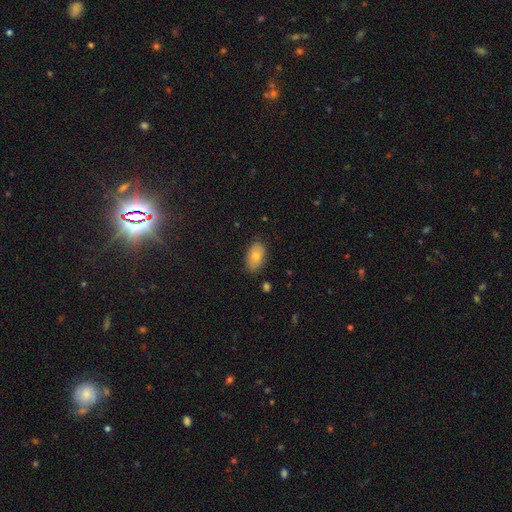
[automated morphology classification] Smooth or featured?
  - smooth: 74% *
  - featured or disk: 17%
  - star or artifact: 9%
How rounded?
  - in between: 92% *
  - round: 6%
  - cigar-shaped: 2%
Merging?
  - none: 83% *
  - minor disturbance: 13%
  - major disturbance: 2%
  - merger: 1%